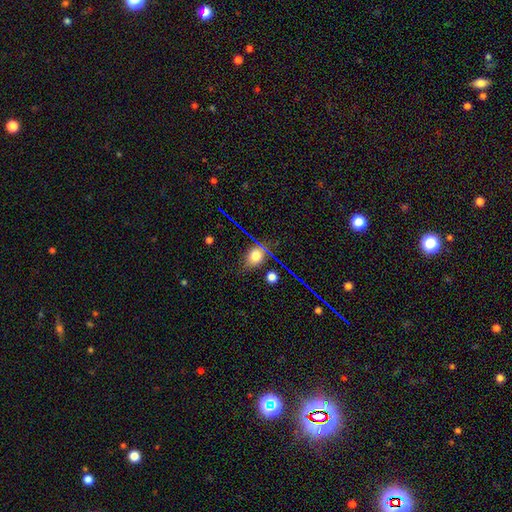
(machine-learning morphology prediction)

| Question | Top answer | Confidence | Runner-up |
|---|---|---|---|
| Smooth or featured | smooth | 67% | star or artifact (20%) |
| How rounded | in between | 55% | round (42%) |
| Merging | none | 71% | minor disturbance (17%) |